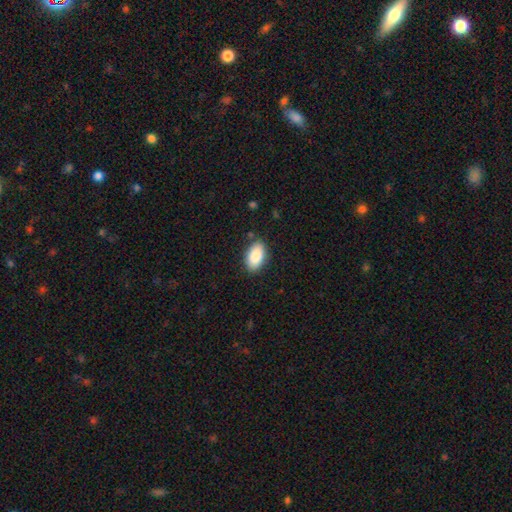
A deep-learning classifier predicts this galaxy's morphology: A smooth galaxy with no disk features (88%) that is in between round and cigar-shaped (94%). Merging: none (86%).